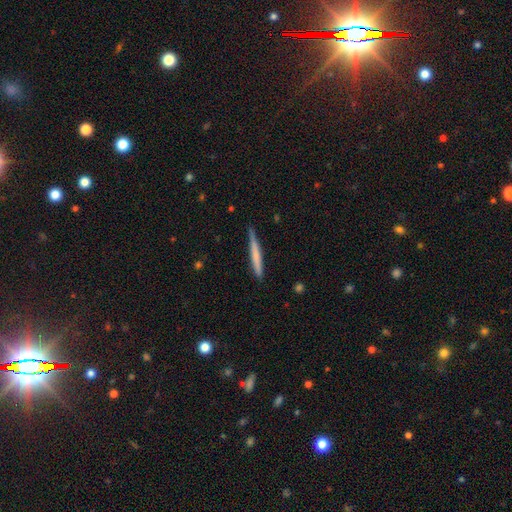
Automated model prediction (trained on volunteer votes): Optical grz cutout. It shows a smooth galaxy with no disk features (62%) that is cigar-shaped (97%). Merging: none (83%).